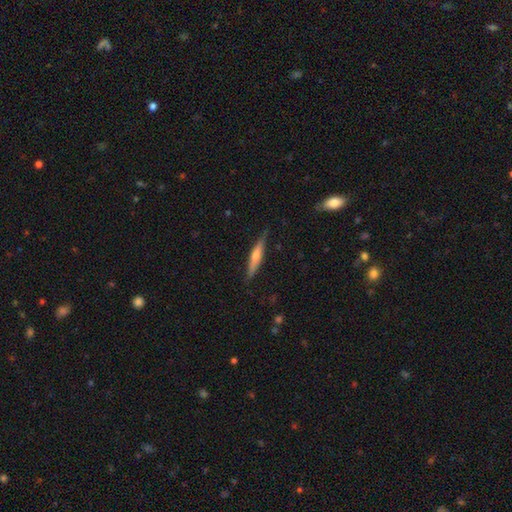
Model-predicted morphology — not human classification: smooth-or-featured: featured or disk: 48% | smooth: 46% | star or artifact: 6%
  merging: none: 84% | minor disturbance: 13% | major disturbance: 2% | merger: 1%